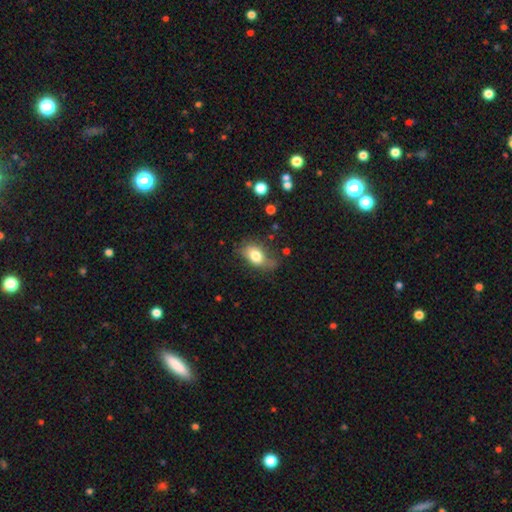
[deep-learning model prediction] Smooth or featured? Predicted: smooth (p=0.77). How rounded? Predicted: in between (p=0.83). Merging? Predicted: none (p=0.59).